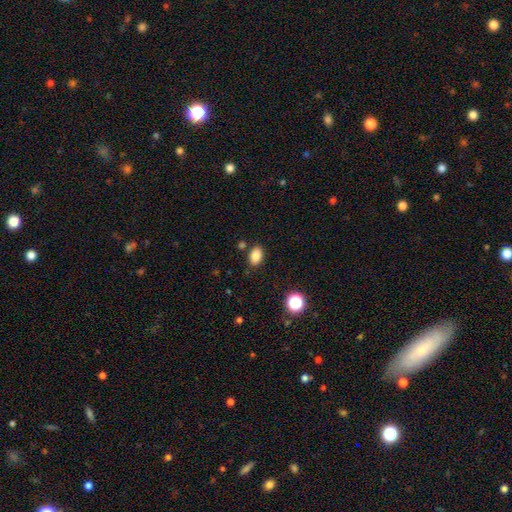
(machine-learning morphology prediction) type=smooth (85%); roundness=in between (85%); merging=none (84%).